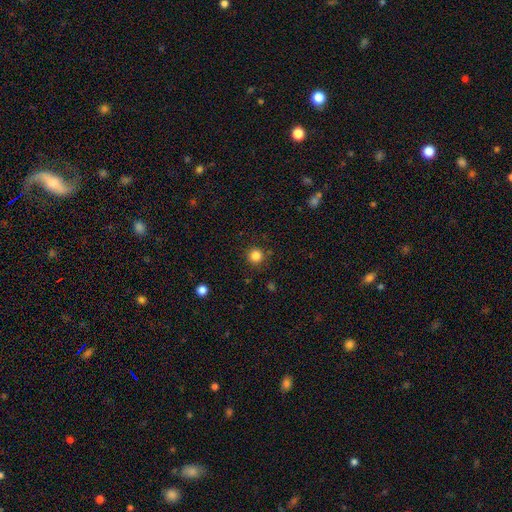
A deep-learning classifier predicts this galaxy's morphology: Q: Smooth or featured?
A: smooth (84%); runner-up: star or artifact (12%)
Q: How rounded?
A: round (95%); runner-up: in between (4%)
Q: Merging?
A: none (89%); runner-up: minor disturbance (7%)